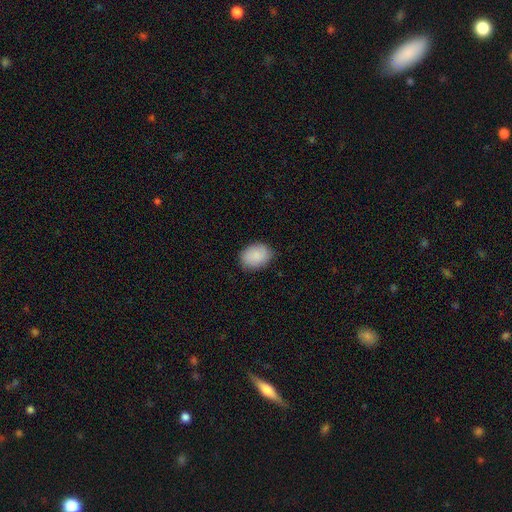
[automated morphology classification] Smooth or featured? Predicted: smooth (p=0.89). How rounded? Predicted: in between (p=0.70). Merging? Predicted: none (p=0.83).